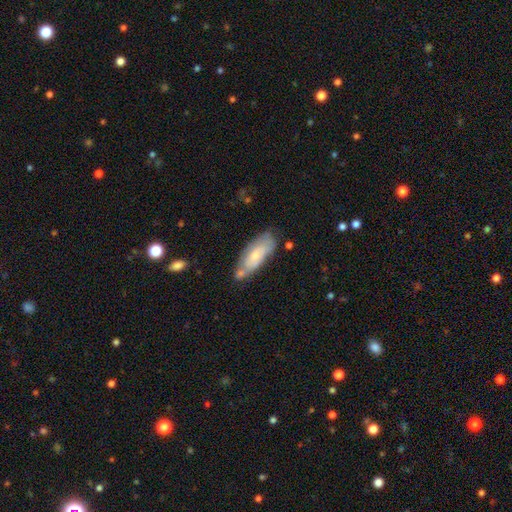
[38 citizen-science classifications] Smooth or featured?
  - smooth: 55% *
  - featured or disk: 37%
  - star or artifact: 8%
How rounded?
  - in between: 86% *
  - cigar-shaped: 14%
  - round: 0%
Merging?
  - none: 57% *
  - minor disturbance: 26%
  - merger: 14%
  - major disturbance: 3%